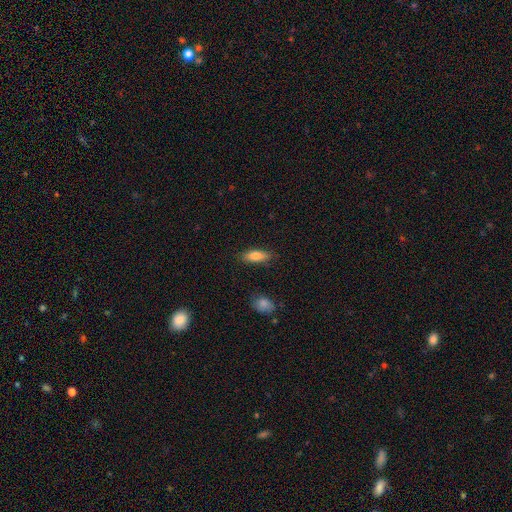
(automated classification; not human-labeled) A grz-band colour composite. It shows a smooth galaxy with no disk features (80%) that is in between round and cigar-shaped (71%). Merging: none (84%).